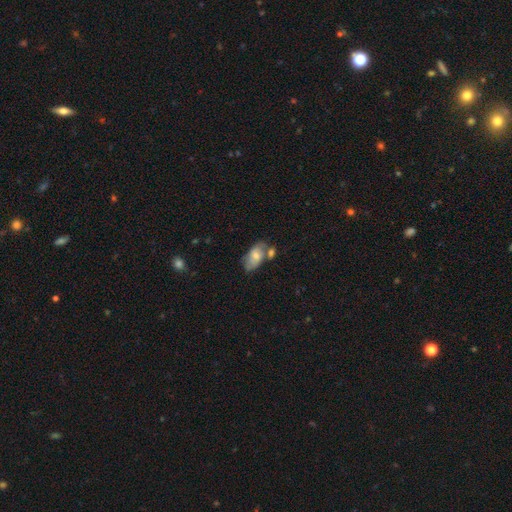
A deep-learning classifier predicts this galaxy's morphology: A smooth galaxy with no disk features (58%) that is in between round and cigar-shaped (91%).

Vote fractions:
- Smooth or featured? smooth: 58% / featured or disk: 35% / star or artifact: 7%
- How rounded? in between: 91% / round: 6% / cigar-shaped: 3%
- Merging? none: 45% / merger: 27% / minor disturbance: 21% / major disturbance: 7%